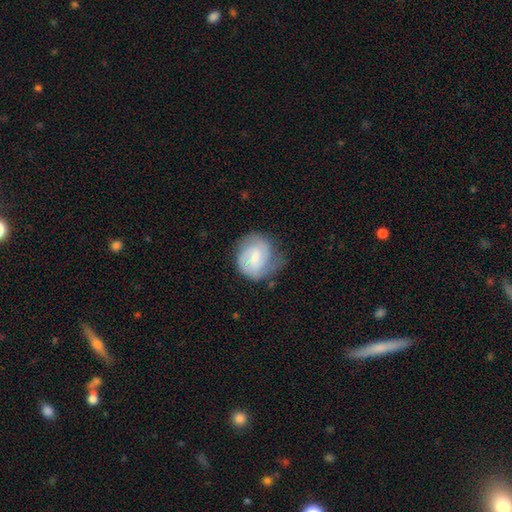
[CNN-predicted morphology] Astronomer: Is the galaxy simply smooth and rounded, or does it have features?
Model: featured or disk — 63%.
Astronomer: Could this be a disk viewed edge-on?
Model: no — 98%.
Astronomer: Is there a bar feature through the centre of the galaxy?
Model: weak — 63%.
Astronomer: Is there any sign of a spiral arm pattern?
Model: yes — 89%.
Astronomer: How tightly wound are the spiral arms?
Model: tight — 48% (runner-up: medium, 40%).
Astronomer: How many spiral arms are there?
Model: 2 — 58%.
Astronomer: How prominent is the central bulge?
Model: small — 46% (runner-up: moderate, 40%).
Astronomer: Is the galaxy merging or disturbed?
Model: none — 52% (runner-up: minor disturbance, 32%).